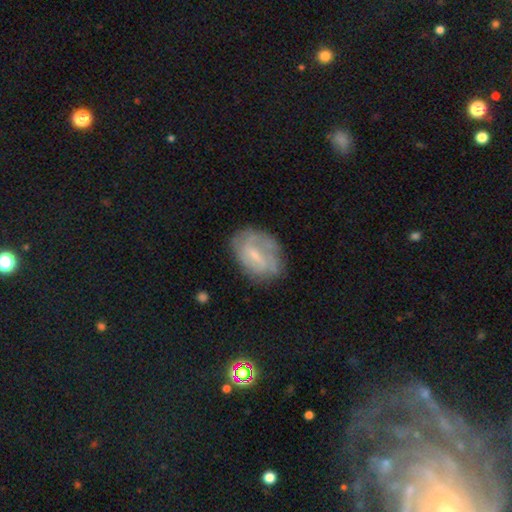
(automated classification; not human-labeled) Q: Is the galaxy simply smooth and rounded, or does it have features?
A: featured or disk — 59%.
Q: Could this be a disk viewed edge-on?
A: no — 96%.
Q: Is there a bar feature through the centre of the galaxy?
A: weak — 56%.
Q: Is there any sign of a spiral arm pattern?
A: yes — 72%.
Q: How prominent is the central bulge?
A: small — 55%.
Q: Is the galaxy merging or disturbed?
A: none — 62%.